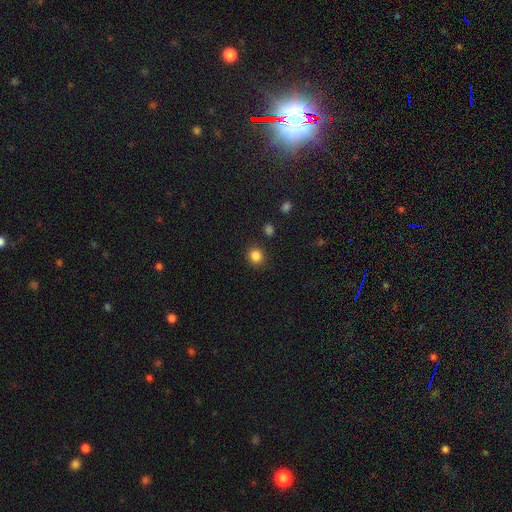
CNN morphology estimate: Smooth or featured: smooth — 85% (star or artifact — 12%)
How rounded: round — 88% (in between — 11%)
Merging: none — 89% (minor disturbance — 6%)